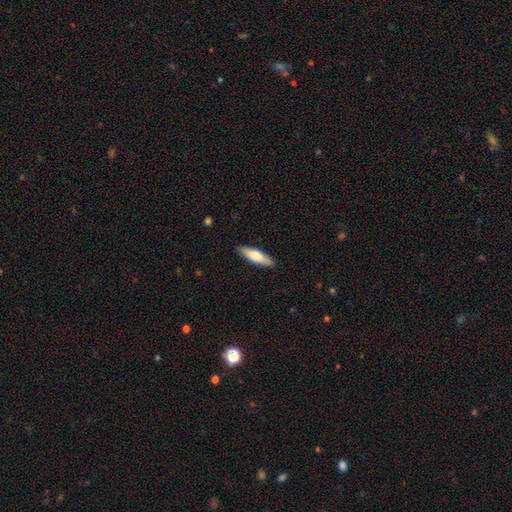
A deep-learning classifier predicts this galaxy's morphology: The model was most divided on "how rounded": cigar-shaped: 59%, in between: 39%, round: 2%. More confident: merging — none (89%); smooth or featured — smooth (69%).